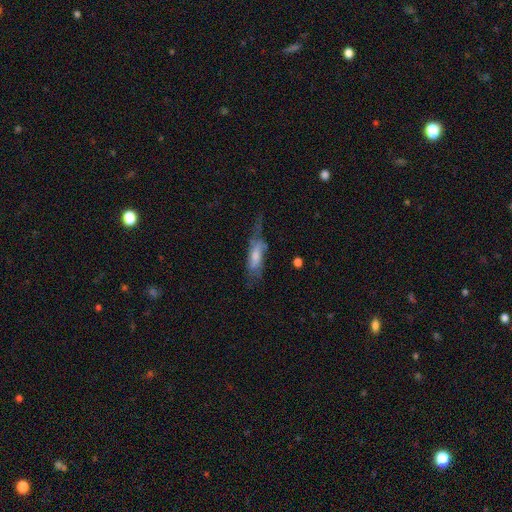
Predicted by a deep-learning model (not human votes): smooth 52%, featured or disk 41%, star or artifact 7%. Down the decision tree: how rounded — in between (57%); merging — major disturbance (34%).